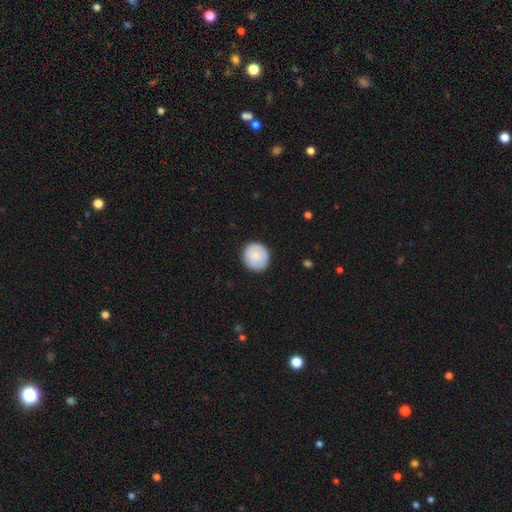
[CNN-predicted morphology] Smooth or featured? Predicted: smooth (p=0.81). How rounded? Predicted: round (p=0.90). Merging? Predicted: none (p=0.87).